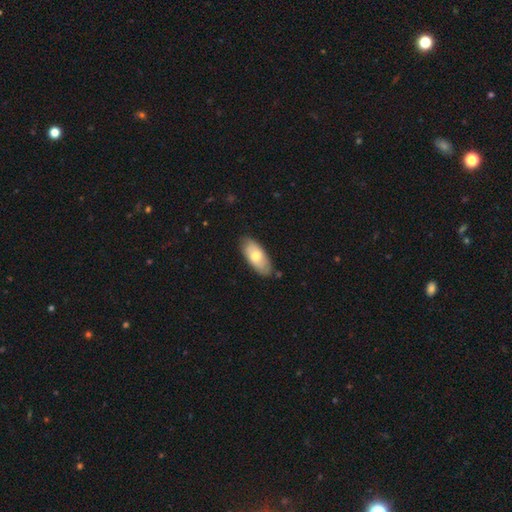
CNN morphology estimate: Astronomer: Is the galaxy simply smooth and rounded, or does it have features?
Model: smooth — 65%.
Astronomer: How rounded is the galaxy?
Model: in between — 88%.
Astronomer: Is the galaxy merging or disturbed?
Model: none — 78%.